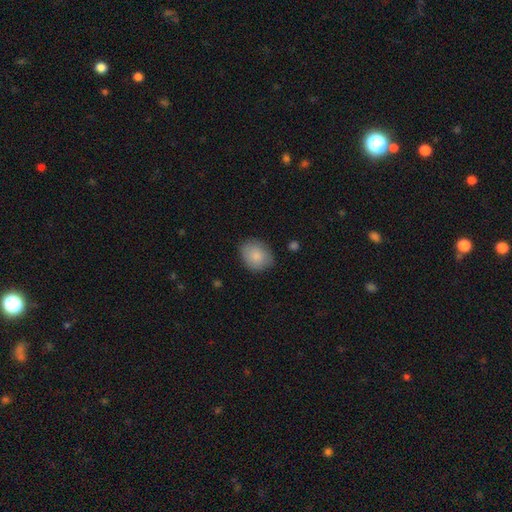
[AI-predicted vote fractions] smooth_or_featured: smooth (p=0.86) [alt: featured or disk p=0.08]
how_rounded: in between (p=0.52) [alt: round p=0.47]
merging: none (p=0.79) [alt: minor disturbance p=0.16]